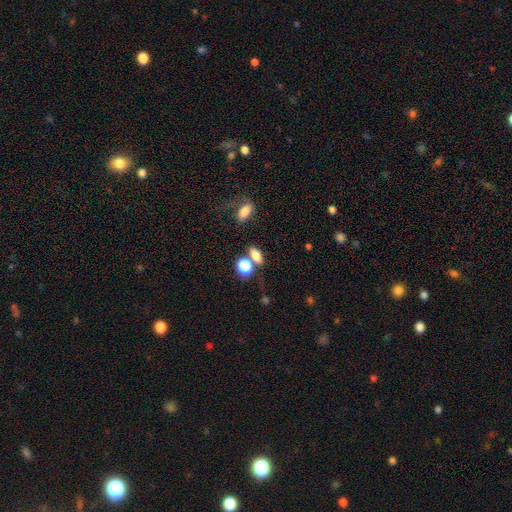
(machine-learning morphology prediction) Smooth or featured? smooth (76%)
How rounded? in between (69%)
Merging? none (58%)